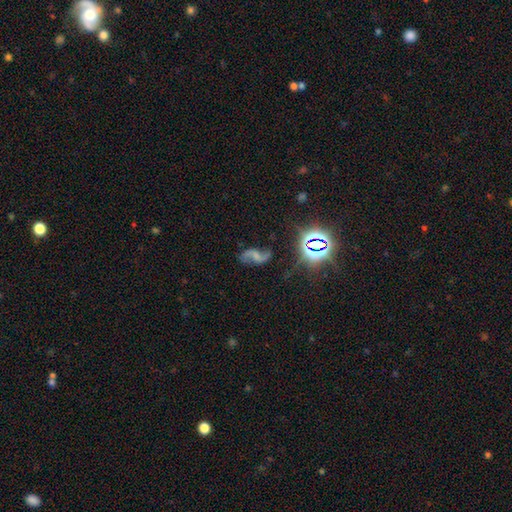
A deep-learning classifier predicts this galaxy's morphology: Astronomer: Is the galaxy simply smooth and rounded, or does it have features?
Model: featured or disk — 76%.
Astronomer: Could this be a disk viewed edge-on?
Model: no — 97%.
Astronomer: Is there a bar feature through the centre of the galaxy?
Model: no — 45% (runner-up: weak, 38%).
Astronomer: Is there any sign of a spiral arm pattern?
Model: yes — 94%.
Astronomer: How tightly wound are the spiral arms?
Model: loose — 83%.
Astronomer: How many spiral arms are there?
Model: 2 — 92%.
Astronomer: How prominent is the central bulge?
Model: none — 45% (runner-up: small, 31%).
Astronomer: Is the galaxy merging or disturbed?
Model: none — 70%.